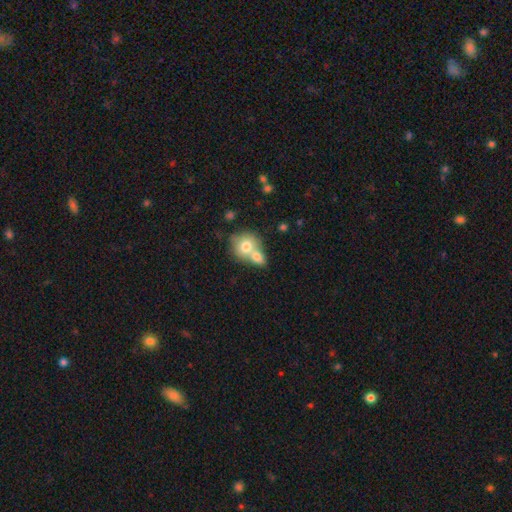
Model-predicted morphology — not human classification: Smooth or featured? smooth (72%)
How rounded? round (64%)
Merging? merger (66%)